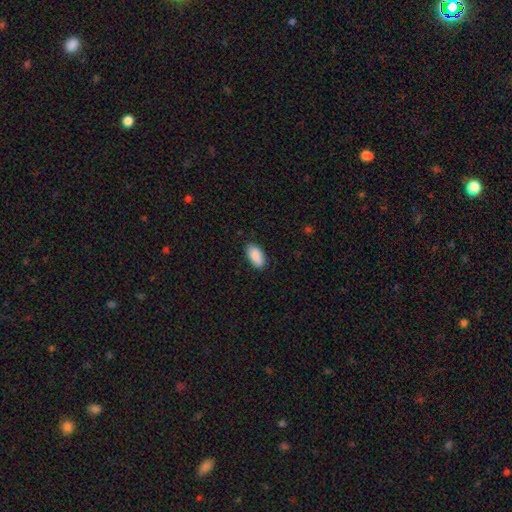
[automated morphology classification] Smooth or featured: smooth — 89% (star or artifact — 6%)
How rounded: in between — 94% (cigar-shaped — 4%)
Merging: none — 85% (minor disturbance — 11%)